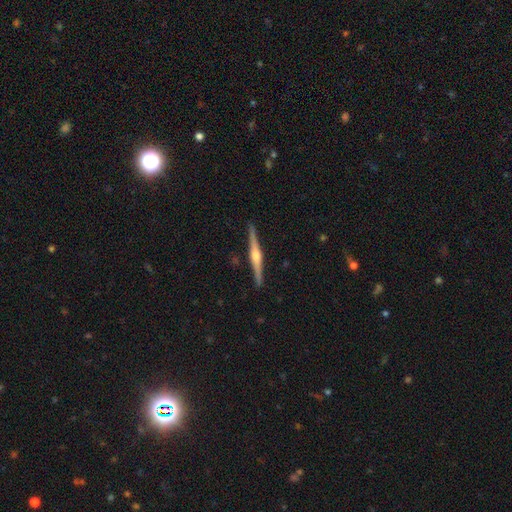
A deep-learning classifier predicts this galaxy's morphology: Smooth or featured? featured or disk (83%)
Edge-on disk? yes (99%)
Edge-on bulge? rounded (87%)
Merging? none (92%)